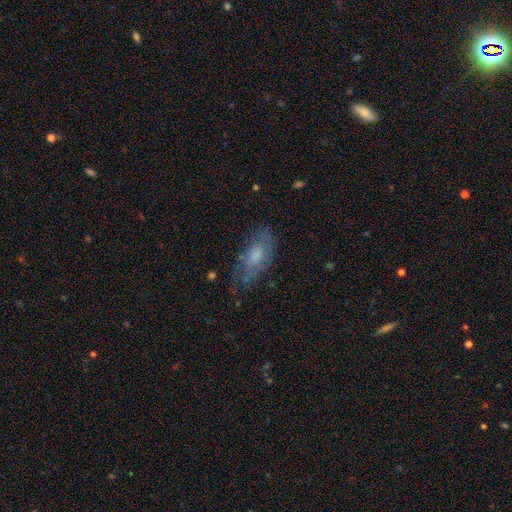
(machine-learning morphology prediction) Smooth or featured? featured or disk (50%)
Merging? none (57%)